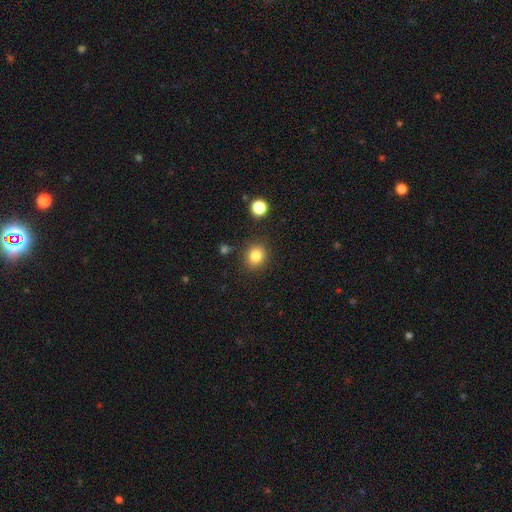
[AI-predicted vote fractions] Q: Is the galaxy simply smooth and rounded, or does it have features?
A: smooth — 83%.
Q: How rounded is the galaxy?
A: round — 81%.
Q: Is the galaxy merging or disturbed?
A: none — 86%.